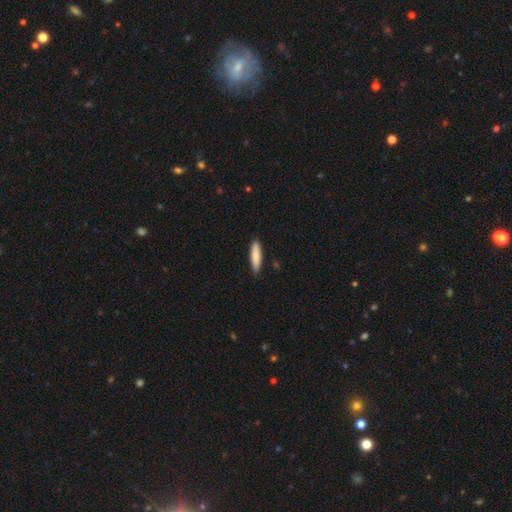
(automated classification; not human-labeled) Overall: smooth (82%). How rounded: cigar-shaped (79%). Merging: none (88%).